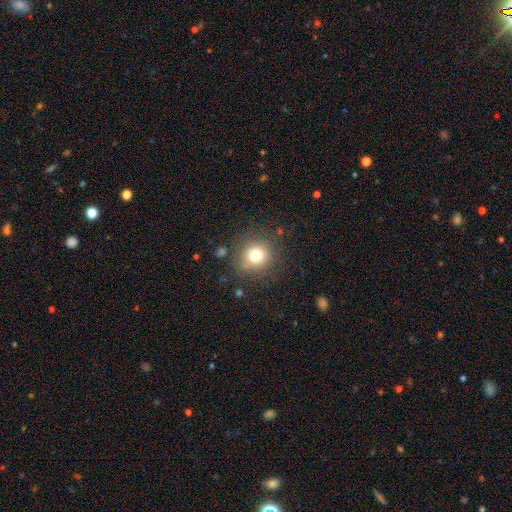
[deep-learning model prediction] Q: Smooth or featured?
A: smooth (76%); runner-up: star or artifact (14%)
Q: How rounded?
A: round (90%); runner-up: in between (9%)
Q: Merging?
A: none (83%); runner-up: minor disturbance (10%)